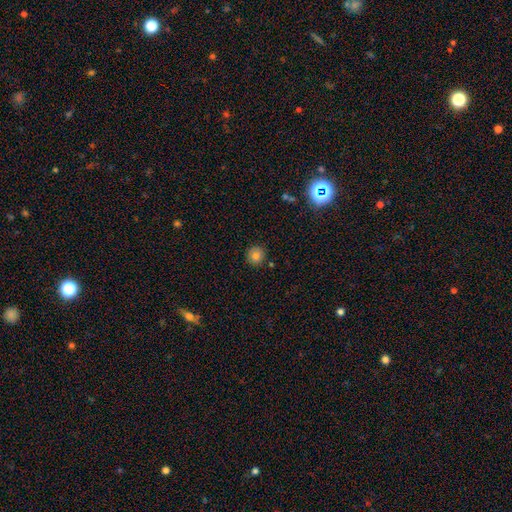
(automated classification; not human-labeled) A smooth galaxy with no disk features (80%) that is round (93%).

Vote fractions:
- Smooth or featured? smooth: 80% / star or artifact: 11% / featured or disk: 8%
- How rounded? round: 93% / in between: 6% / cigar-shaped: 1%
- Merging? none: 89% / minor disturbance: 7% / merger: 2% / major disturbance: 2%